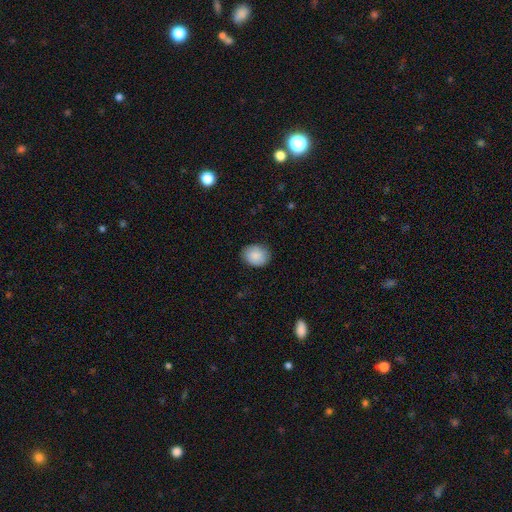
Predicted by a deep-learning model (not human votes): A smooth galaxy with no disk features (87%) that is in between round and cigar-shaped (52%). Merging: none (86%).